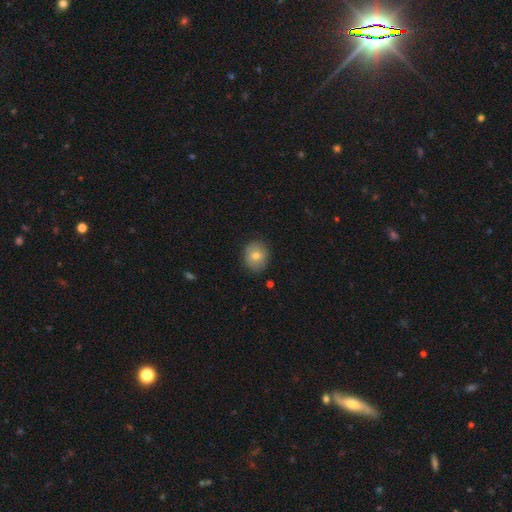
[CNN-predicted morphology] type=smooth (75%); roundness=round (67%); merging=none (85%).